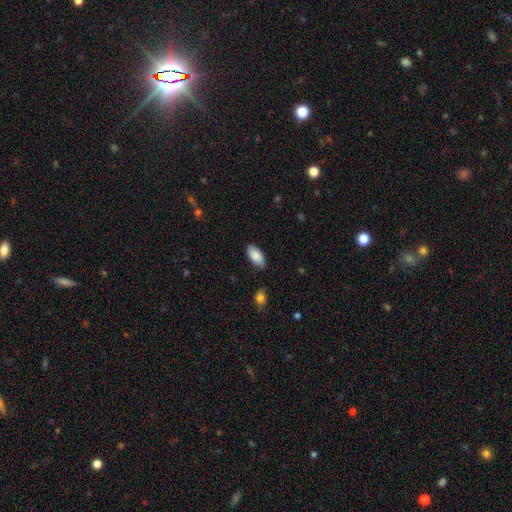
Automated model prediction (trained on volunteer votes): smooth_or_featured: smooth (p=0.87) [alt: featured or disk p=0.07]
how_rounded: in between (p=0.93) [alt: cigar-shaped p=0.05]
merging: none (p=0.80) [alt: minor disturbance p=0.16]